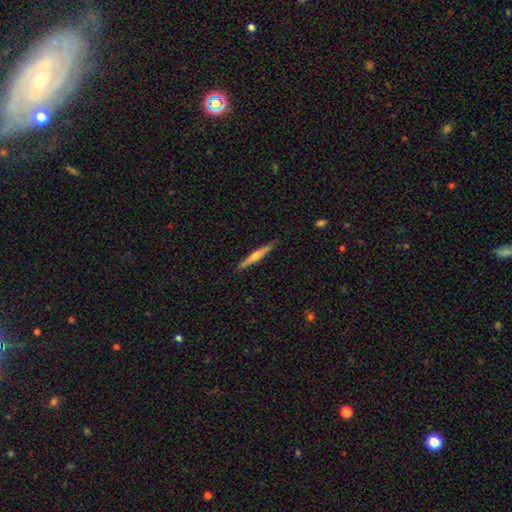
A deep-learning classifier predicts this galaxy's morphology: Smooth or featured: featured or disk — 61% (smooth — 34%)
Edge-on disk: yes — 98% (no — 2%)
Edge-on bulge: rounded — 78% (none — 14%)
Merging: none — 90% (minor disturbance — 7%)